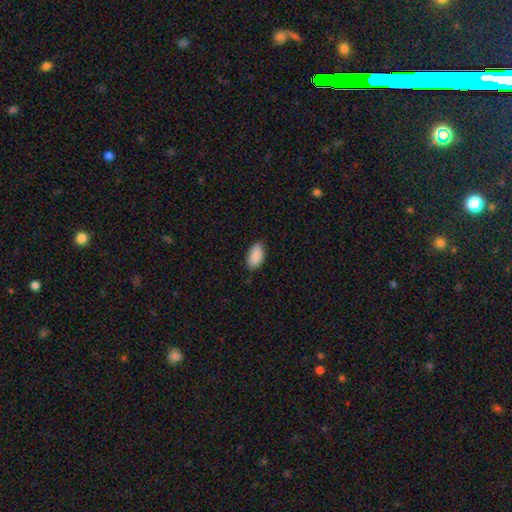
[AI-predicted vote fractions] Smooth or featured: smooth — 89% (star or artifact — 6%)
How rounded: in between — 94% (round — 3%)
Merging: none — 79% (minor disturbance — 18%)